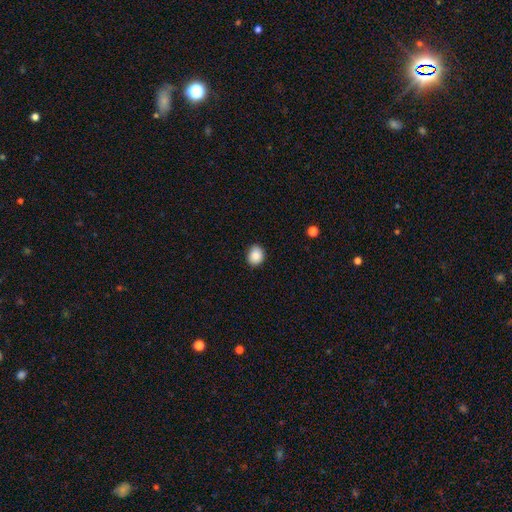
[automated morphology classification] Smooth or featured: smooth — 88% (star or artifact — 8%)
How rounded: round — 61% (in between — 38%)
Merging: none — 87% (minor disturbance — 10%)